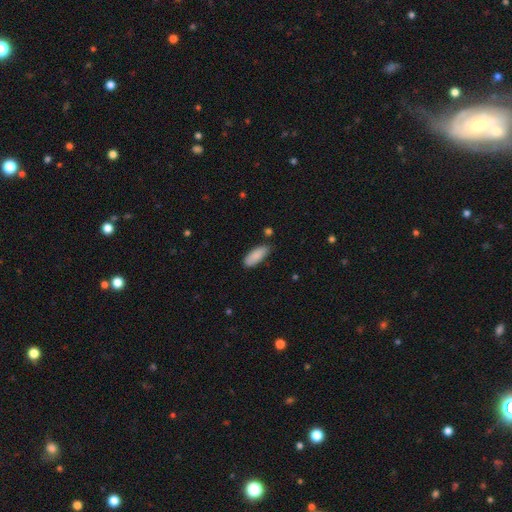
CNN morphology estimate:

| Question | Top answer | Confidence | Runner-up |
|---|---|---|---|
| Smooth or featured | smooth | 88% | star or artifact (6%) |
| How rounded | in between | 76% | cigar-shaped (22%) |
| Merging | none | 73% | minor disturbance (20%) |